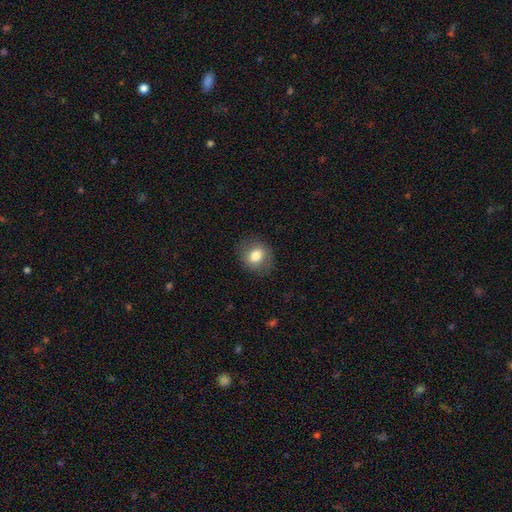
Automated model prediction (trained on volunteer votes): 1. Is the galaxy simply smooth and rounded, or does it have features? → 75% smooth, 16% featured or disk, 9% star or artifact.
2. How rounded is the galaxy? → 60% round, 39% in between, 1% cigar-shaped.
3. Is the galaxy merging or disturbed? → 83% none, 12% minor disturbance, 4% major disturbance, 1% merger.